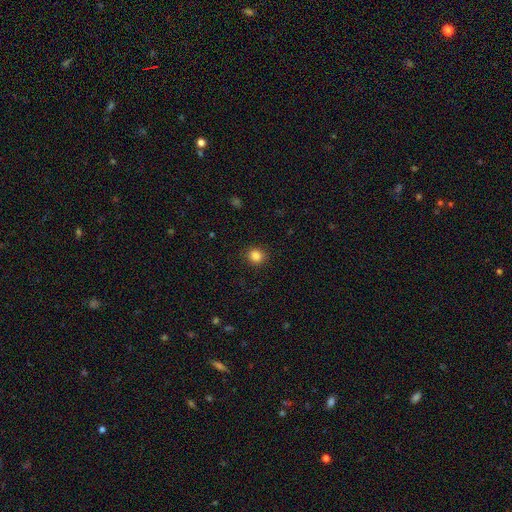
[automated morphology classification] A smooth galaxy with no disk features (85%) that is round (85%).

Vote fractions:
- Smooth or featured? smooth: 85% / star or artifact: 11% / featured or disk: 4%
- How rounded? round: 85% / in between: 14% / cigar-shaped: 1%
- Merging? none: 90% / minor disturbance: 7% / major disturbance: 2% / merger: 1%